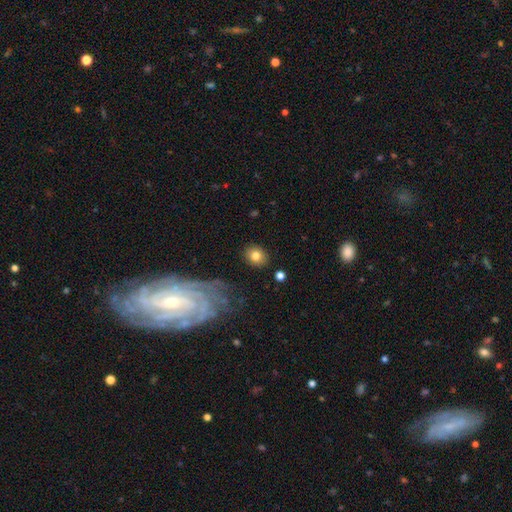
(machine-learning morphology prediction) This is likely a smooth galaxy (78%). How rounded: possibly round (59%). Merging: clearly none (86%).